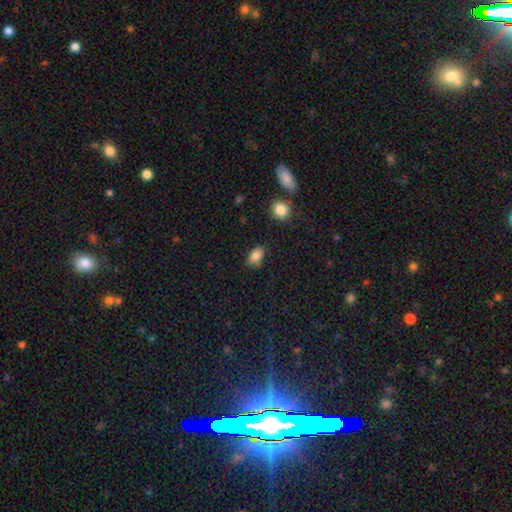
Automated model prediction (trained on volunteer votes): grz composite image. It shows a smooth galaxy with no disk features (84%) that is in between round and cigar-shaped (87%). Merging: none (77%).